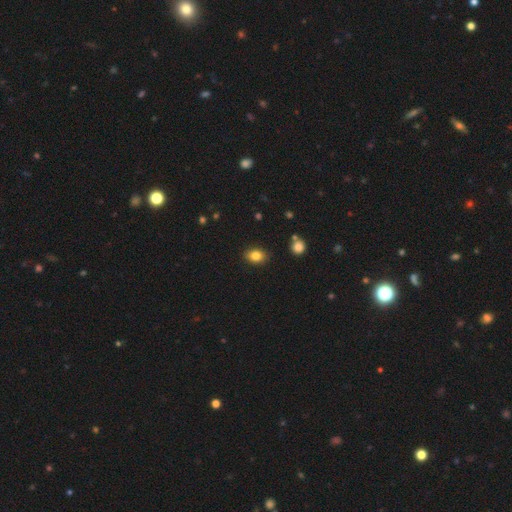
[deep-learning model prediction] A smooth galaxy with no disk features (83%) that is in between round and cigar-shaped (72%). Merging: none (87%).